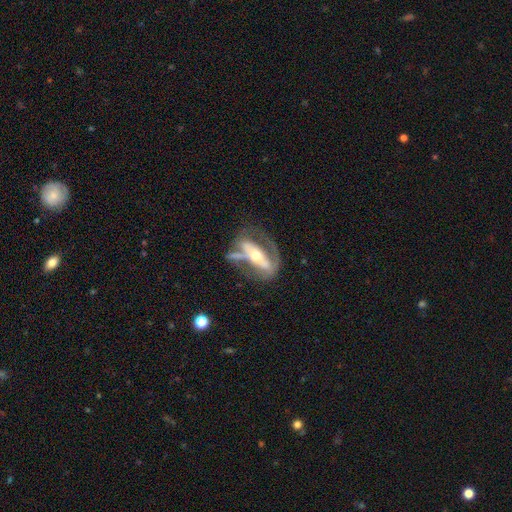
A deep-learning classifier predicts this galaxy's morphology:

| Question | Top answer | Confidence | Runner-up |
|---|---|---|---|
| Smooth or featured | featured or disk | 77% | smooth (17%) |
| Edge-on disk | no | 80% | yes (20%) |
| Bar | strong | 57% | no (27%) |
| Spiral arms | yes | 61% | no (39%) |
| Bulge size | moderate | 58% | small (33%) |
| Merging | none | 42% | major disturbance (25%) |